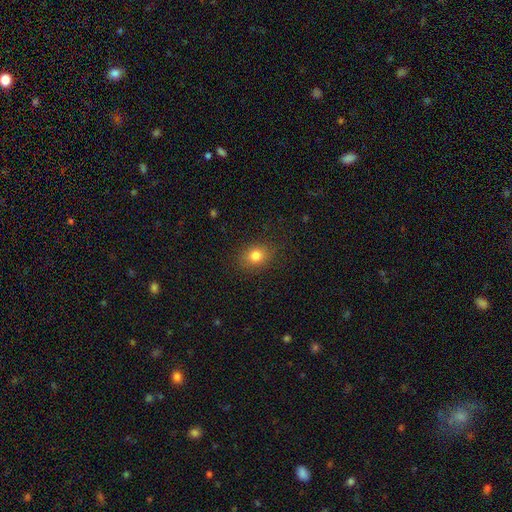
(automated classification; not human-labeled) The model was most divided on "how rounded": round: 50%, in between: 49%, cigar-shaped: 1%. More confident: merging — none (85%); smooth or featured — smooth (81%).